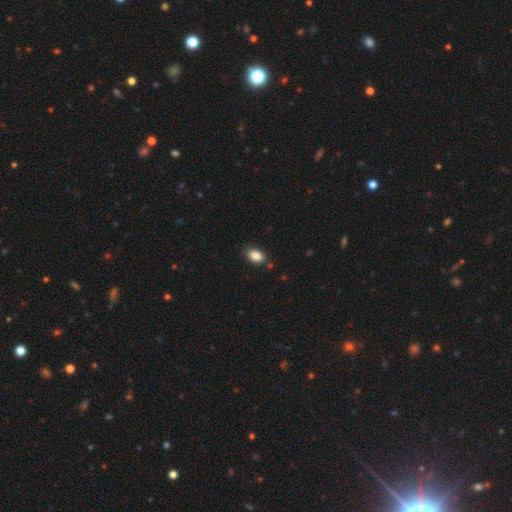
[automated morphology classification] The model was most divided on "merging": none: 82%, minor disturbance: 13%, major disturbance: 3%, merger: 2%. More confident: smooth or featured — smooth (86%); how rounded — in between (85%).